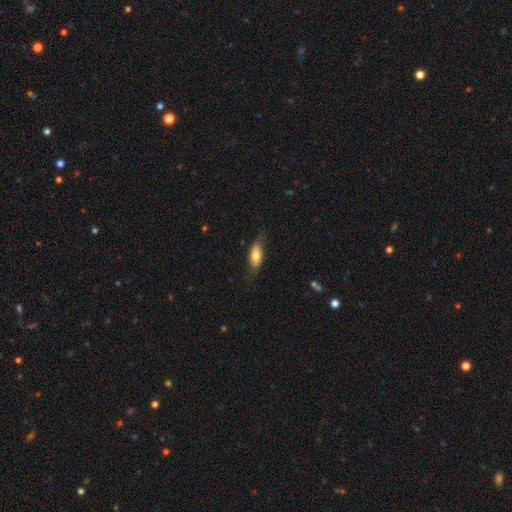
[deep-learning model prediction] Q: Smooth or featured?
A: smooth (71%); runner-up: featured or disk (23%)
Q: How rounded?
A: in between (79%); runner-up: cigar-shaped (18%)
Q: Merging?
A: none (69%); runner-up: minor disturbance (23%)